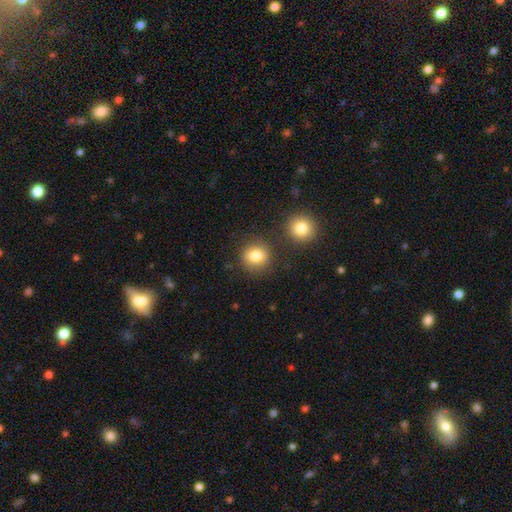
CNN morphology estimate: Q: Smooth or featured?
A: smooth (81%); runner-up: star or artifact (11%)
Q: How rounded?
A: round (88%); runner-up: in between (11%)
Q: Merging?
A: none (80%); runner-up: minor disturbance (9%)